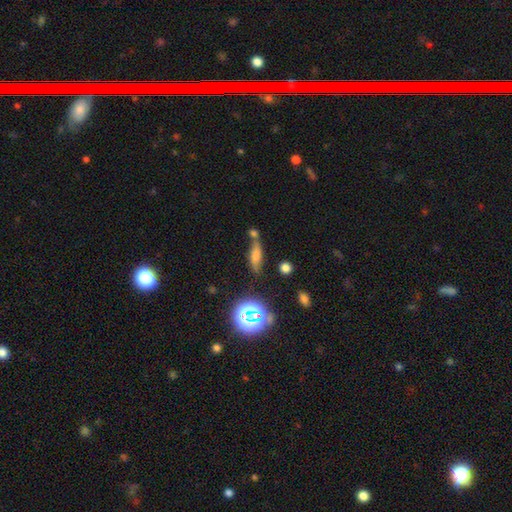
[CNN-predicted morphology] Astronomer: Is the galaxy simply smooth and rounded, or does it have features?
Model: smooth — 54%.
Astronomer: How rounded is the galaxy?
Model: cigar-shaped — 48% (runner-up: in between, 44%).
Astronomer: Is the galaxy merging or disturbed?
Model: none — 50%.